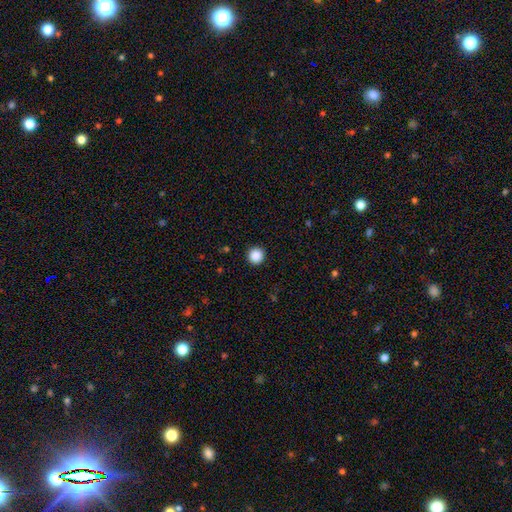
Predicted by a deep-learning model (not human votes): Smooth or featured?
  - smooth: 87% *
  - star or artifact: 10%
  - featured or disk: 3%
How rounded?
  - round: 96% *
  - in between: 3%
  - cigar-shaped: 1%
Merging?
  - none: 93% *
  - minor disturbance: 4%
  - major disturbance: 2%
  - merger: 1%